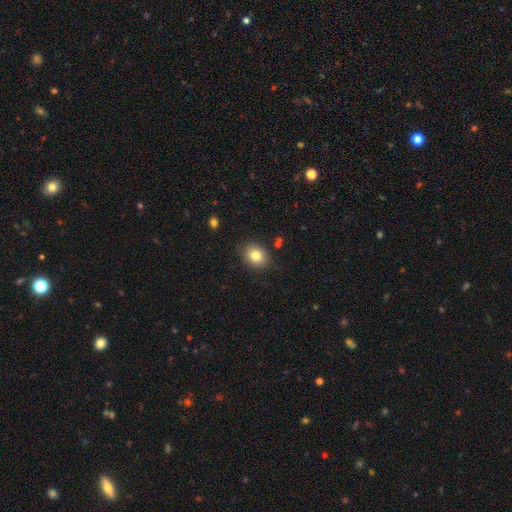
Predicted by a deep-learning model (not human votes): This appears to be a smooth galaxy with no disk features (82%) that is round (50%, tied with in between). Merging: none (86%).